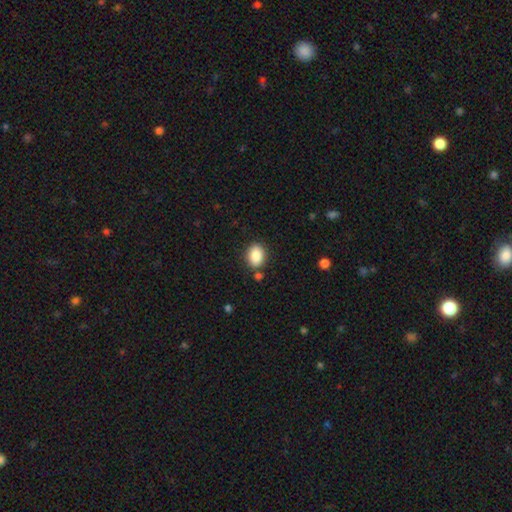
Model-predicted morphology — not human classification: Smooth or featured: smooth — 87% (star or artifact — 8%)
How rounded: in between — 68% (round — 30%)
Merging: none — 82% (minor disturbance — 11%)